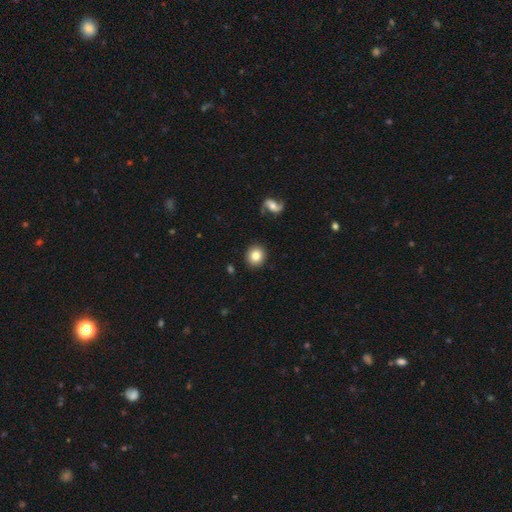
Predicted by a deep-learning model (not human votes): Smooth or featured: smooth — 82% (featured or disk — 10%)
How rounded: round — 87% (in between — 12%)
Merging: none — 90% (minor disturbance — 6%)